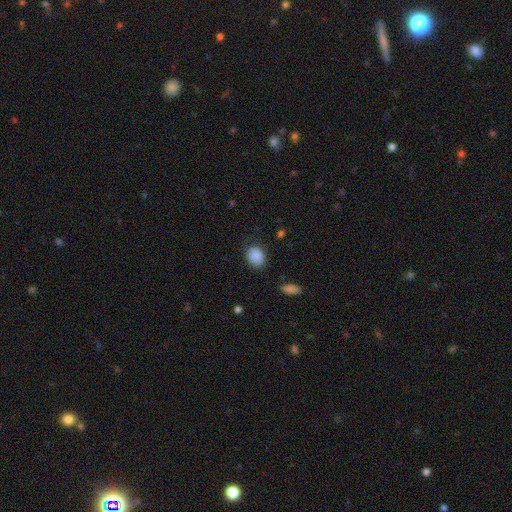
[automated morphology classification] The model was most divided on "how rounded": in between: 57%, round: 42%, cigar-shaped: 1%. More confident: smooth or featured — smooth (88%); merging — none (73%).